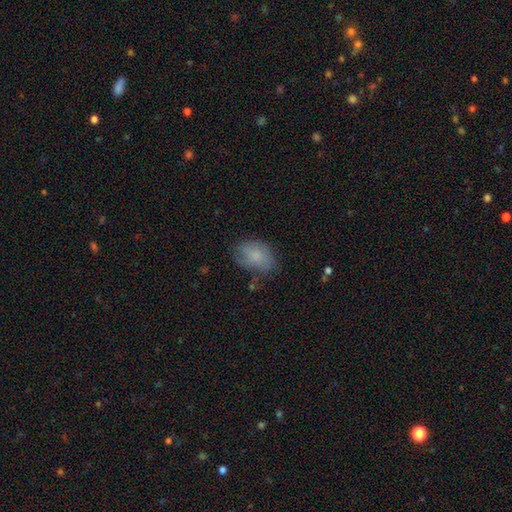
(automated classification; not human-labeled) Overall: smooth (74%). How rounded: in between (80%). Merging: none (60%; minor disturbance 27%).